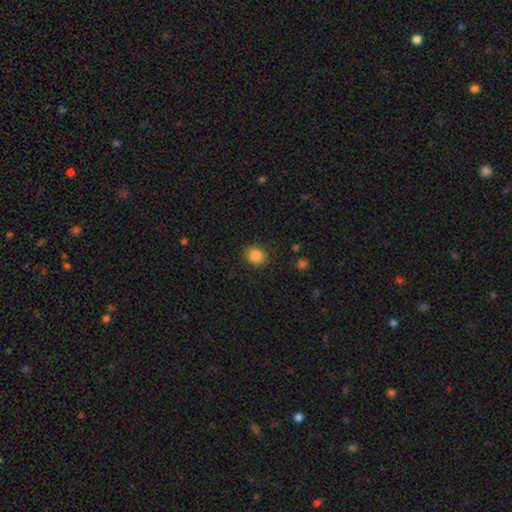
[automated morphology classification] Smooth or featured?
  - smooth: 86% *
  - star or artifact: 10%
  - featured or disk: 3%
How rounded?
  - round: 78% *
  - in between: 21%
  - cigar-shaped: 1%
Merging?
  - none: 88% *
  - minor disturbance: 8%
  - major disturbance: 3%
  - merger: 1%